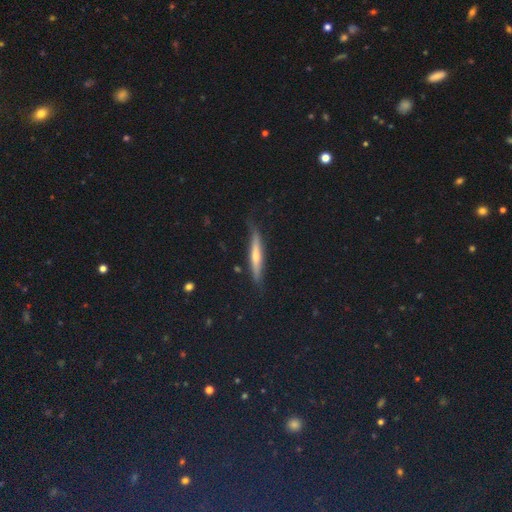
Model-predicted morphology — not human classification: featured or disk 42%, star or artifact 29%, smooth 28%. Down the decision tree: merging — none (85%).